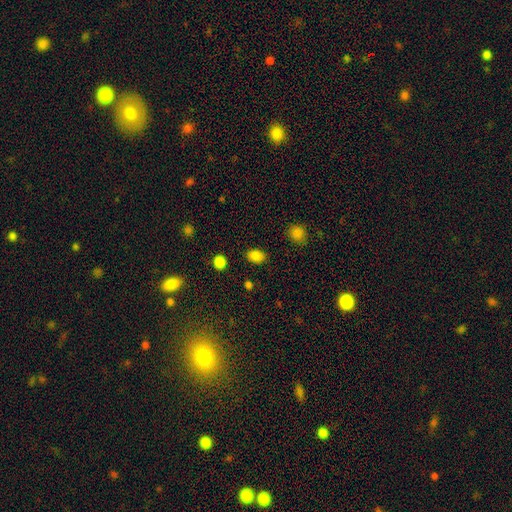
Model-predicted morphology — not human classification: This is clearly a smooth galaxy (85%). How rounded: likely in between (78%). Merging: clearly none (87%).